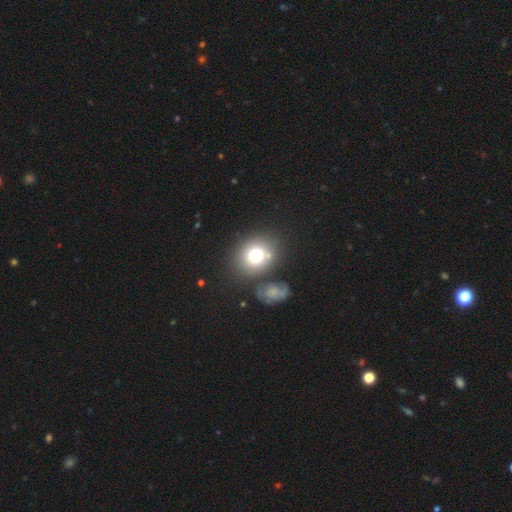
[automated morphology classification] Smooth or featured? smooth (74%)
How rounded? round (68%)
Merging? none (67%)